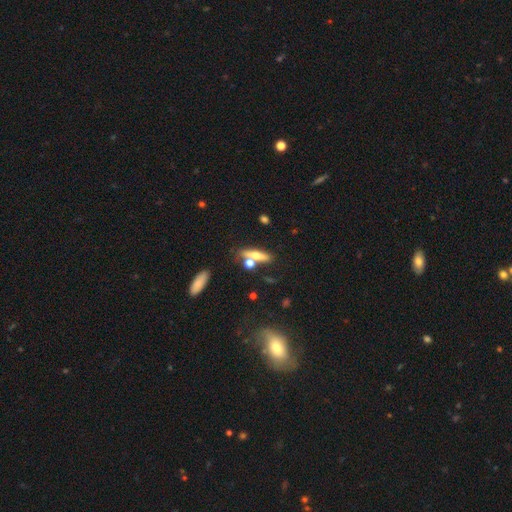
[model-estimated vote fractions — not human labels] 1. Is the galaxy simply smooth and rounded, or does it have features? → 48% smooth, 41% featured or disk, 11% star or artifact.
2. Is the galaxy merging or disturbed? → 60% none, 22% merger, 13% minor disturbance, 5% major disturbance.